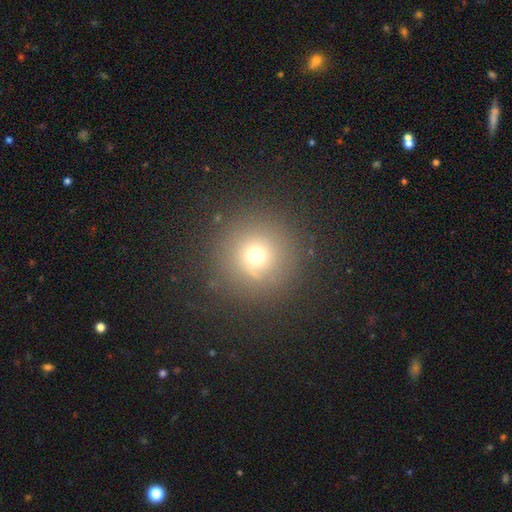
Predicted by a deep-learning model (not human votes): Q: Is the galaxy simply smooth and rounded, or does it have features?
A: smooth — 67%.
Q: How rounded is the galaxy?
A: round — 96%.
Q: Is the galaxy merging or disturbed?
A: none — 86%.